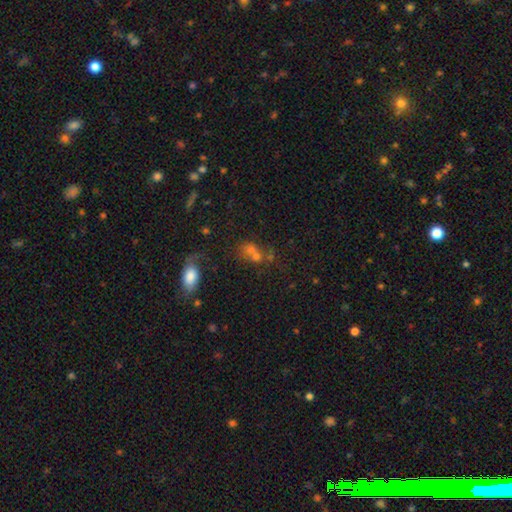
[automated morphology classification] smooth_or_featured: smooth (p=0.48) [alt: star or artifact p=0.34]
merging: none (p=0.39) [tied with: merger p=0.39]